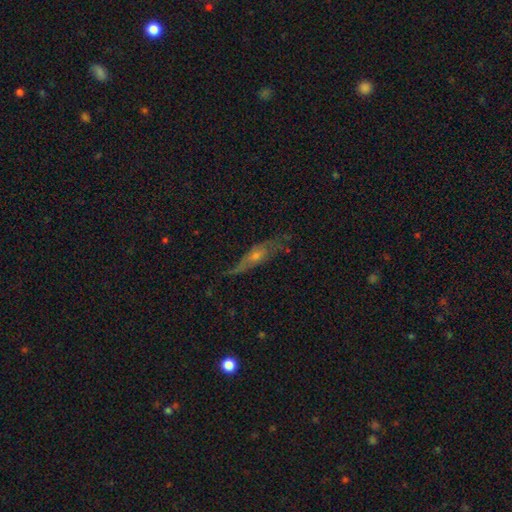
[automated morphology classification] smooth_or_featured: featured or disk (p=0.61) [alt: smooth p=0.28]
disk_edge_on: yes (p=0.53) [alt: no p=0.47]
merging: none (p=0.60) [alt: minor disturbance p=0.25]